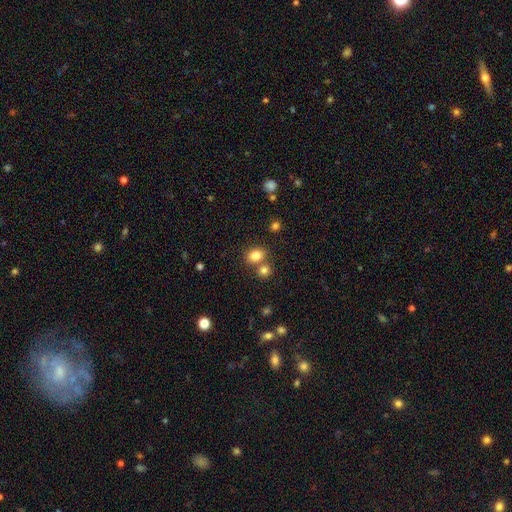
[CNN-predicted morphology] Q: Smooth or featured?
A: smooth (81%); runner-up: star or artifact (12%)
Q: How rounded?
A: round (51%); runner-up: in between (48%)
Q: Merging?
A: none (61%); runner-up: merger (26%)